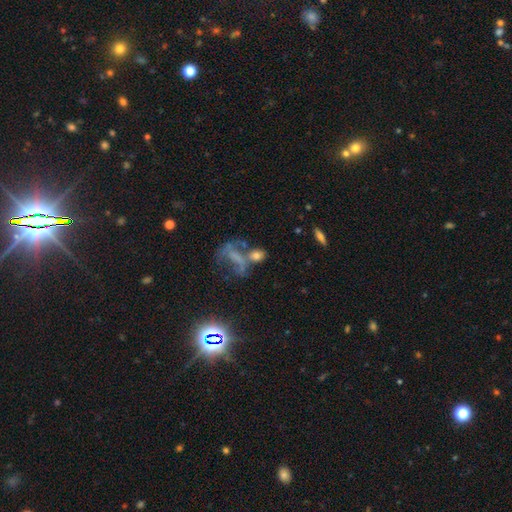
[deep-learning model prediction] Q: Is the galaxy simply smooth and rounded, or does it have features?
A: smooth — 52%.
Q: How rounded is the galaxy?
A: in between — 60%.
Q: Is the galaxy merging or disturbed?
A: merger — 34%.